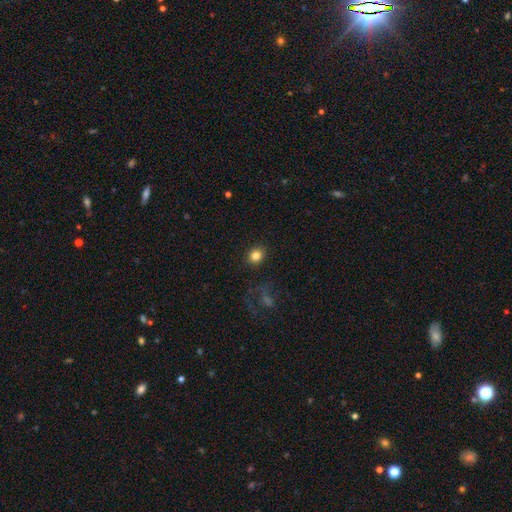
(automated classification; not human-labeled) A smooth galaxy with no disk features (83%) that is round (73%). Merging: none (89%).